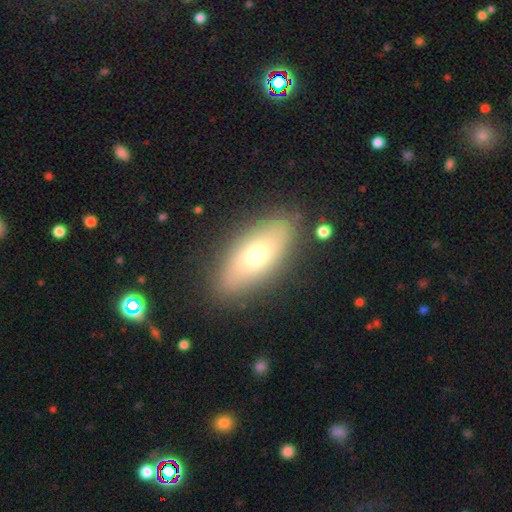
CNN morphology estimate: smooth-or-featured: smooth: 65% | featured or disk: 27% | star or artifact: 8%
  how-rounded: in between: 79% | cigar-shaped: 17% | round: 4%
  merging: none: 85% | minor disturbance: 10% | major disturbance: 3% | merger: 2%